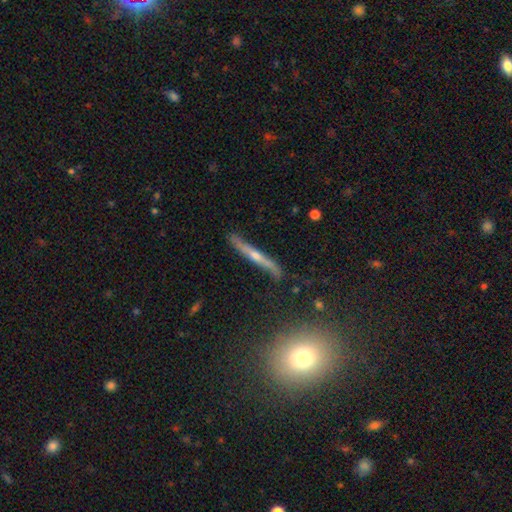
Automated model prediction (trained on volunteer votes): The model was most divided on "smooth or featured": featured or disk: 69%, smooth: 23%, star or artifact: 8%. More confident: edge-on disk — yes (89%); merging — none (78%); edge-on bulge — rounded (74%).